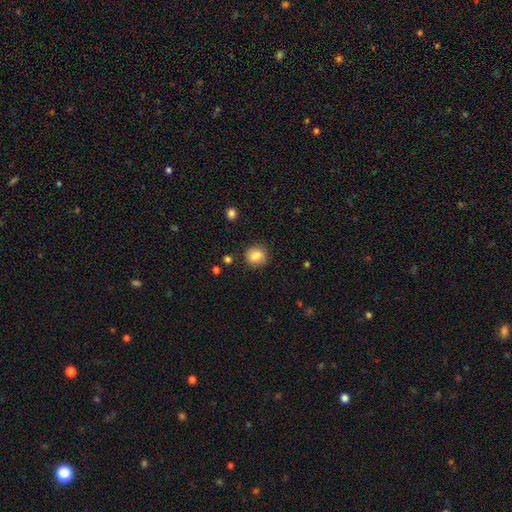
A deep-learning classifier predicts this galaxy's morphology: Overall: smooth (86%). How rounded: round (84%). Merging: none (85%).